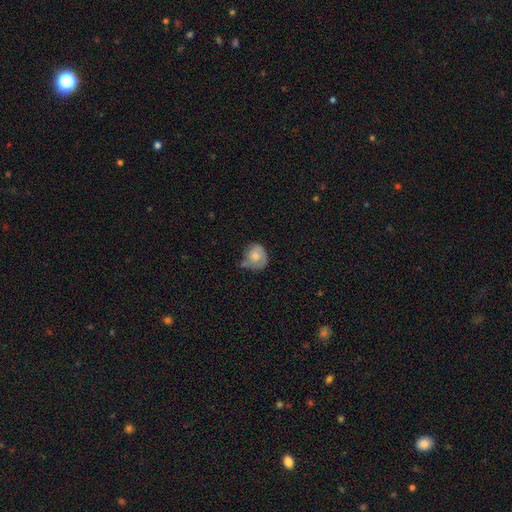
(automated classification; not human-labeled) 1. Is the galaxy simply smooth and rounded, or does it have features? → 69% smooth, 24% featured or disk, 7% star or artifact.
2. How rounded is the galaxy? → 73% round, 26% in between, 1% cigar-shaped.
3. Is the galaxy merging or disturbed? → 40% none, 38% minor disturbance, 14% major disturbance, 7% merger.